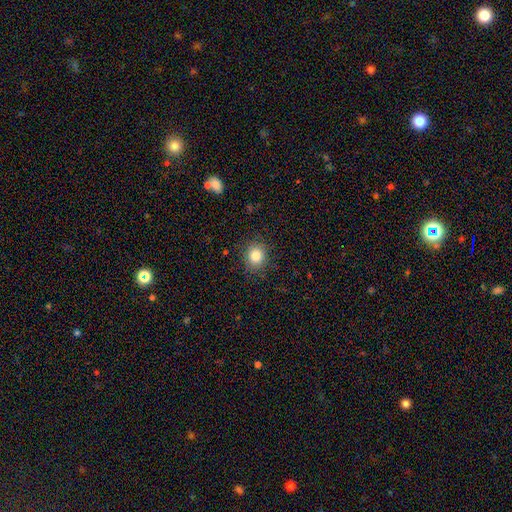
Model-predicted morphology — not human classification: Smooth or featured?
  - smooth: 83% *
  - star or artifact: 11%
  - featured or disk: 6%
How rounded?
  - round: 75% *
  - in between: 24%
  - cigar-shaped: 1%
Merging?
  - none: 88% *
  - minor disturbance: 9%
  - major disturbance: 3%
  - merger: 1%